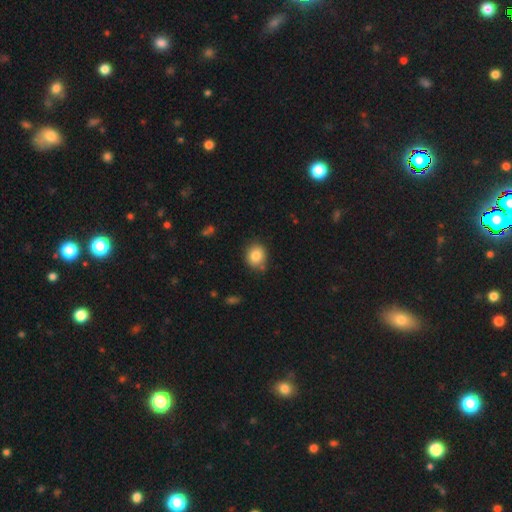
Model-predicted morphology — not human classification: This is clearly a smooth galaxy (84%). How rounded: likely round (75%). Merging: clearly none (80%).